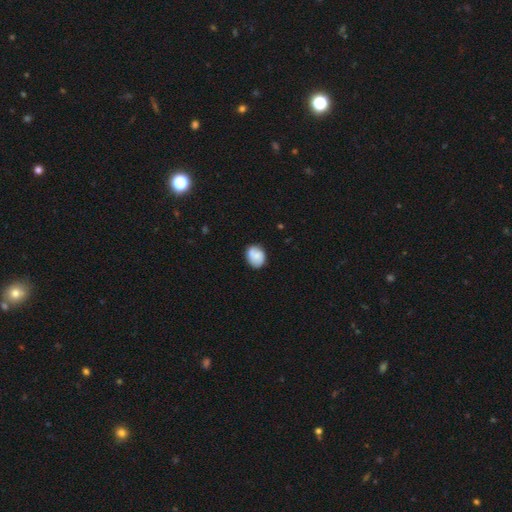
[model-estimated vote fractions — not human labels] Smooth or featured: smooth — 65% (featured or disk — 27%)
How rounded: in between — 51% (round — 48%)
Merging: none — 73% (minor disturbance — 19%)